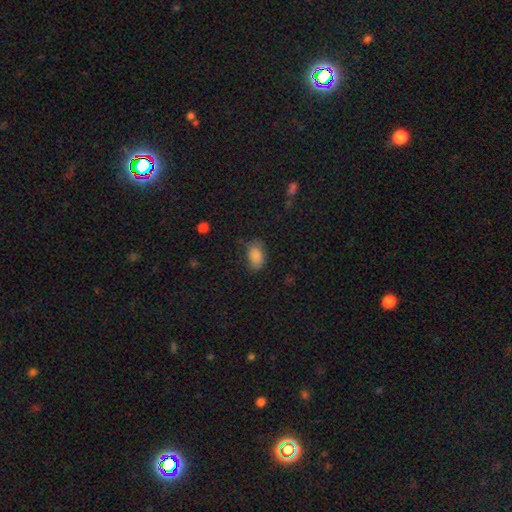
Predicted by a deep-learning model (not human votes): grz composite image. It shows a smooth galaxy with no disk features (86%) that is in between round and cigar-shaped (89%). Merging: none (71%).